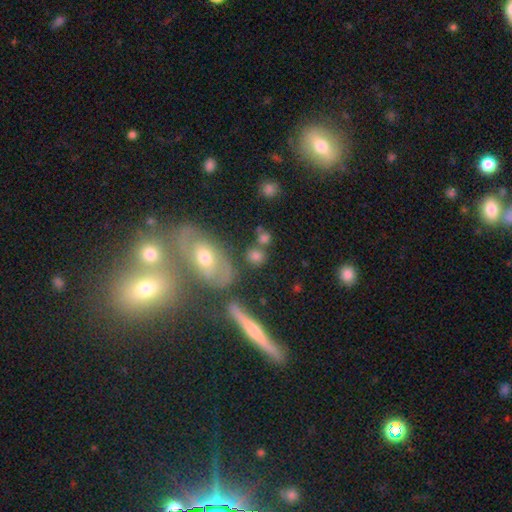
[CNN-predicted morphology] type=smooth (69%); roundness=round (68%); merging=none (63%).